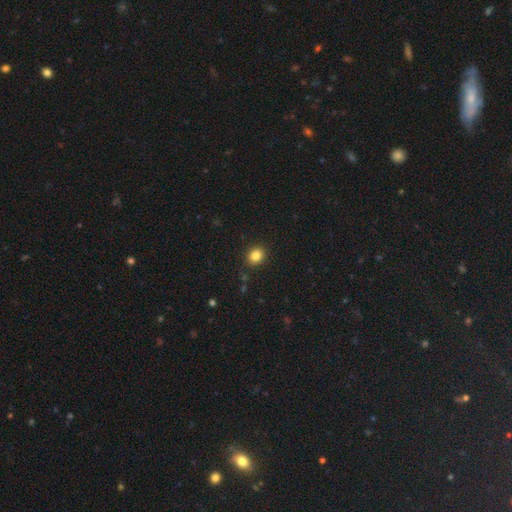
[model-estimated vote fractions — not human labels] Q: Smooth or featured?
A: smooth (83%); runner-up: star or artifact (11%)
Q: How rounded?
A: round (71%); runner-up: in between (28%)
Q: Merging?
A: none (90%); runner-up: minor disturbance (7%)